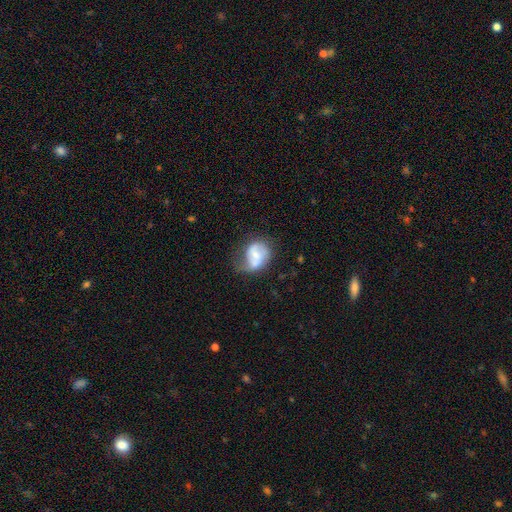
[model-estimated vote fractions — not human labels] A featured or disk galaxy (51%).

Vote fractions:
- Smooth or featured? featured or disk: 51% / smooth: 41% / star or artifact: 8%
- Edge-on disk? no: 97% / yes: 3%
- Merging? none: 38% / minor disturbance: 32% / major disturbance: 22% / merger: 8%